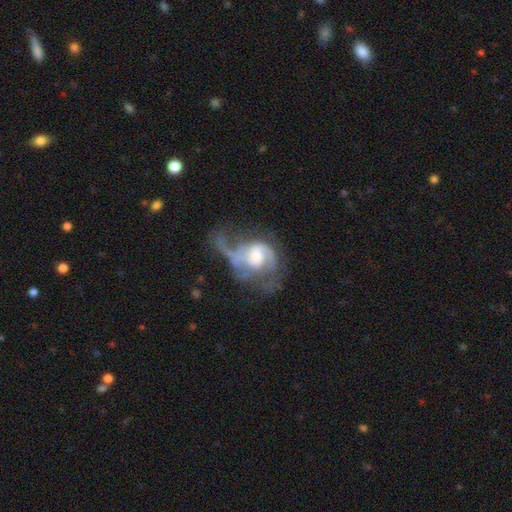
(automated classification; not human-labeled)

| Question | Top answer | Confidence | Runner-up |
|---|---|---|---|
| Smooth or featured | featured or disk | 81% | smooth (13%) |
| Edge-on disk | no | 98% | yes (2%) |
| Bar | no | 60% | weak (33%) |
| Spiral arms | yes | 89% | no (11%) |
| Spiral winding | loose | 41% | medium (40%) |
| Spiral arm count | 2 | 58% | 1 (21%) |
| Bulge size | moderate | 45% | large (25%) |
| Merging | major disturbance | 49% | none (26%) |